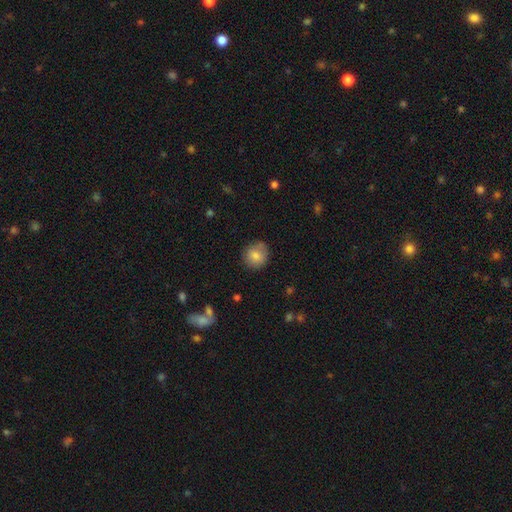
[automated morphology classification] type=smooth (81%); roundness=round (85%); merging=none (80%).